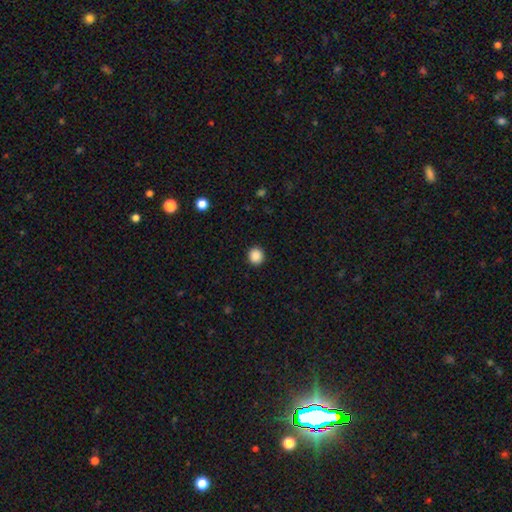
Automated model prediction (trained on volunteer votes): This appears to be a smooth galaxy with no disk features (89%) that is round (91%). Merging: none (93%).